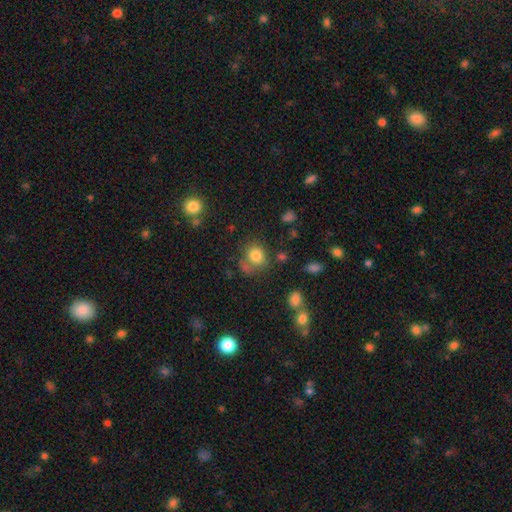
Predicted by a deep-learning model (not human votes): Smooth or featured? smooth (80%)
How rounded? round (74%)
Merging? none (62%)